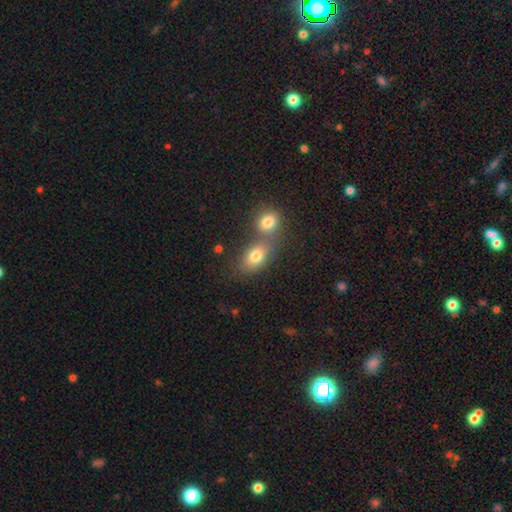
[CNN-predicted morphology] Smooth or featured? smooth (78%)
How rounded? in between (73%)
Merging? merger (50%)